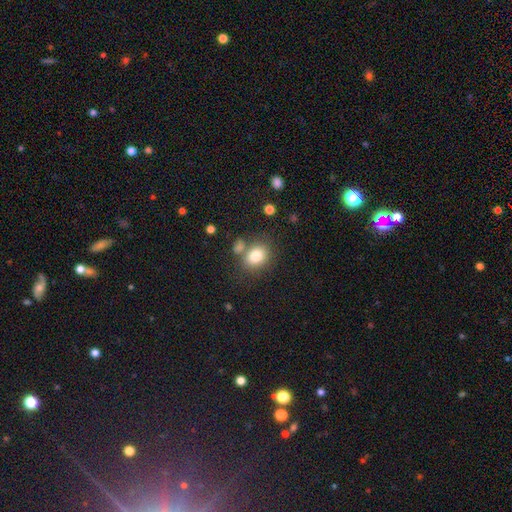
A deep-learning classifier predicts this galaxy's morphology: A smooth galaxy with no disk features (82%) that is in between round and cigar-shaped (58%).

Vote fractions:
- Smooth or featured? smooth: 82% / star or artifact: 10% / featured or disk: 9%
- How rounded? in between: 58% / round: 41% / cigar-shaped: 1%
- Merging? none: 63% / merger: 18% / minor disturbance: 14% / major disturbance: 5%